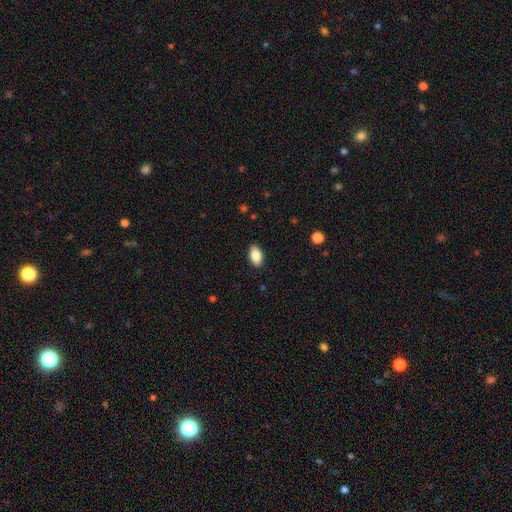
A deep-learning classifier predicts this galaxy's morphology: smooth_or_featured: smooth (p=0.86) [alt: featured or disk p=0.07]
how_rounded: in between (p=0.93) [alt: round p=0.05]
merging: none (p=0.89) [alt: minor disturbance p=0.08]